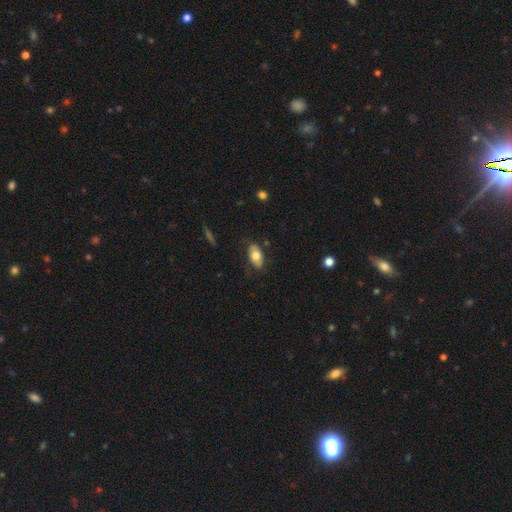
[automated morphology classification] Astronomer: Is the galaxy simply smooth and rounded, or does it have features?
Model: smooth — 67%.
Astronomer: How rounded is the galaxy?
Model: in between — 92%.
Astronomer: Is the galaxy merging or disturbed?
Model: none — 75%.